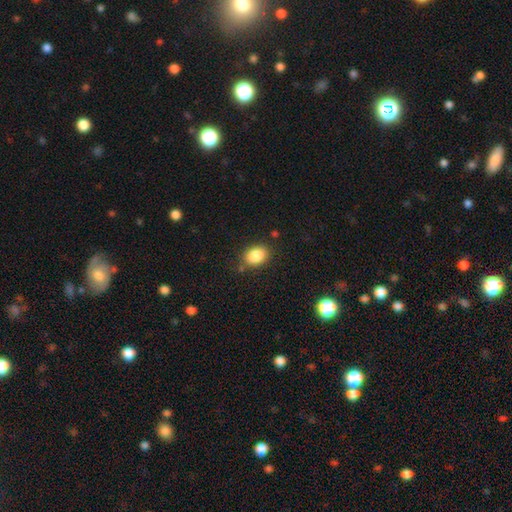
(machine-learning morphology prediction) smooth_or_featured: smooth (p=0.86) [alt: star or artifact p=0.09]
how_rounded: in between (p=0.69) [alt: round p=0.30]
merging: none (p=0.80) [alt: minor disturbance p=0.13]